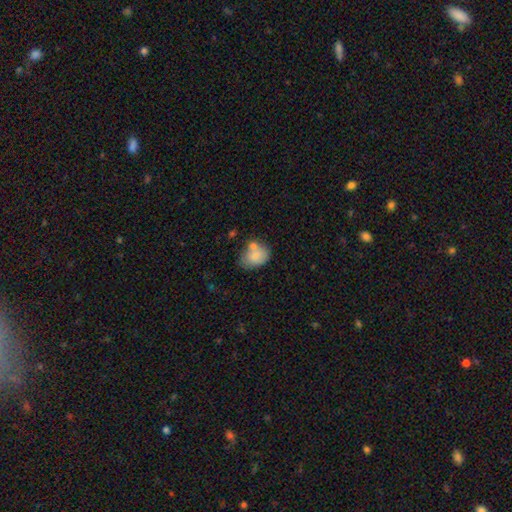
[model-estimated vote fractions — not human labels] smooth_or_featured: smooth (p=0.77) [alt: featured or disk p=0.15]
how_rounded: in between (p=0.65) [alt: round p=0.34]
merging: none (p=0.39) [alt: merger p=0.28]